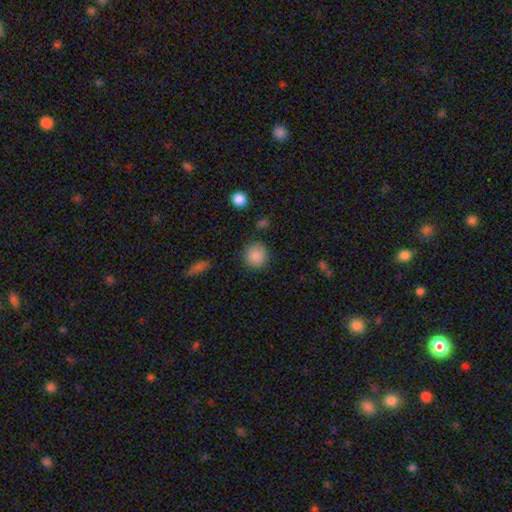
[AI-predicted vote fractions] Smooth or featured? smooth (87%)
How rounded? round (90%)
Merging? none (86%)